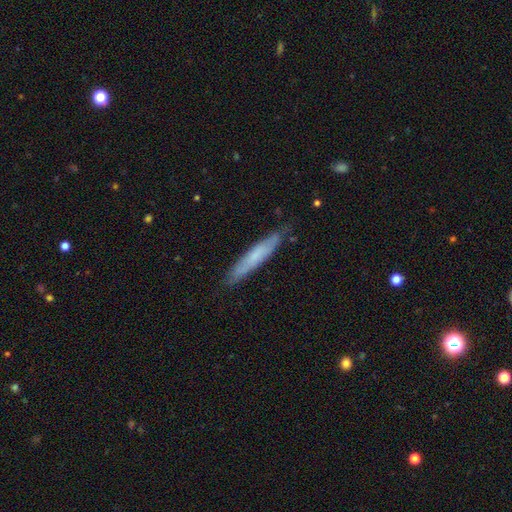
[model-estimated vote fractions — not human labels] smooth 58%, featured or disk 35%, star or artifact 6%. Down the decision tree: how rounded — cigar-shaped (92%); merging — none (81%).